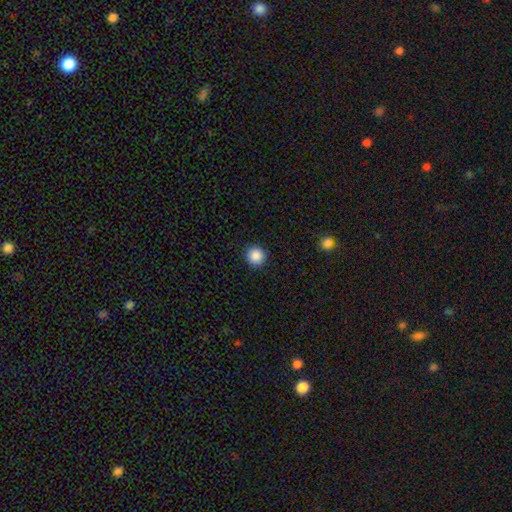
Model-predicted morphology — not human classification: Smooth or featured?
  - smooth: 88% *
  - star or artifact: 10%
  - featured or disk: 3%
How rounded?
  - round: 95% *
  - in between: 4%
  - cigar-shaped: 1%
Merging?
  - none: 93% *
  - minor disturbance: 5%
  - major disturbance: 2%
  - merger: 1%